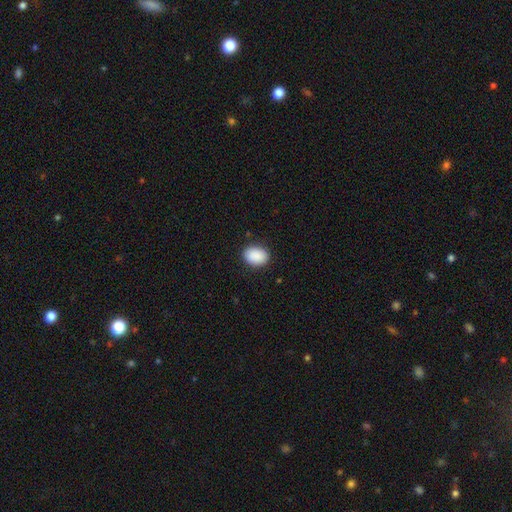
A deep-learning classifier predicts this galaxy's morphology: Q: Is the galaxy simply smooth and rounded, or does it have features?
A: smooth — 90%.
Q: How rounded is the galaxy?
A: in between — 73%.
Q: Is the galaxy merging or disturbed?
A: none — 87%.